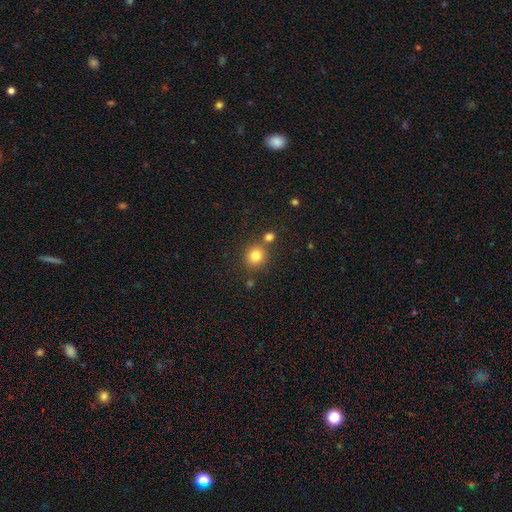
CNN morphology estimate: Smooth or featured? smooth (81%)
How rounded? round (88%)
Merging? none (74%)